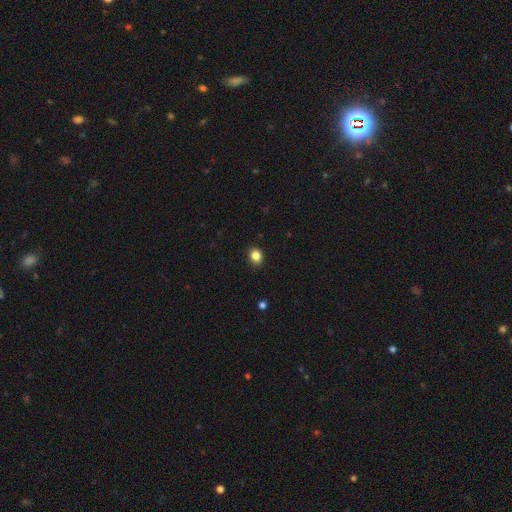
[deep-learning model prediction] smooth_or_featured: smooth (p=0.85) [alt: star or artifact p=0.11]
how_rounded: round (p=0.60) [alt: in between p=0.39]
merging: none (p=0.89) [alt: minor disturbance p=0.08]